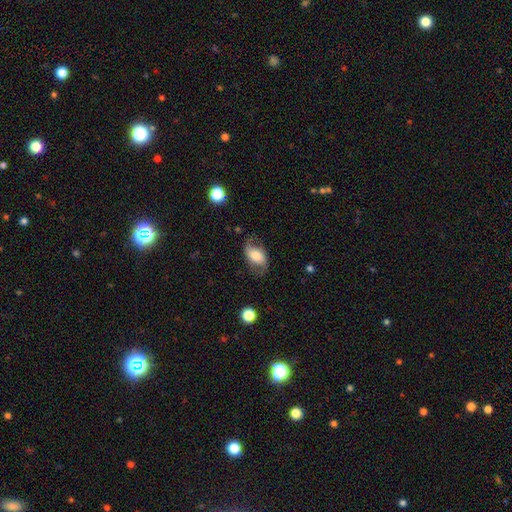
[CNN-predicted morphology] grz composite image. It shows a featured or disk galaxy (50%). Merging: none (64%).